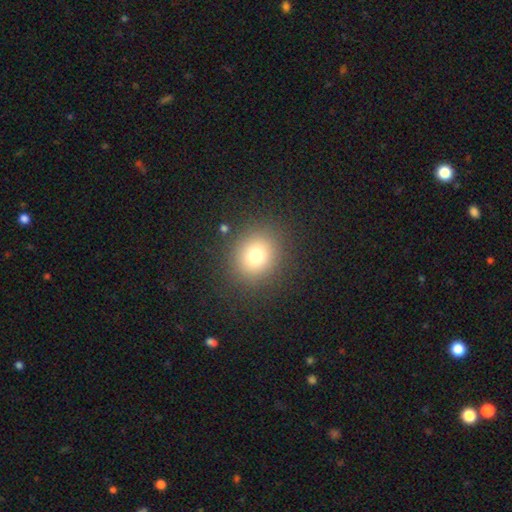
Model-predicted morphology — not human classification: A smooth galaxy with no disk features (75%) that is round (76%).

Vote fractions:
- Smooth or featured? smooth: 75% / star or artifact: 15% / featured or disk: 10%
- How rounded? round: 76% / in between: 23% / cigar-shaped: 1%
- Merging? none: 87% / minor disturbance: 7% / major disturbance: 4% / merger: 1%